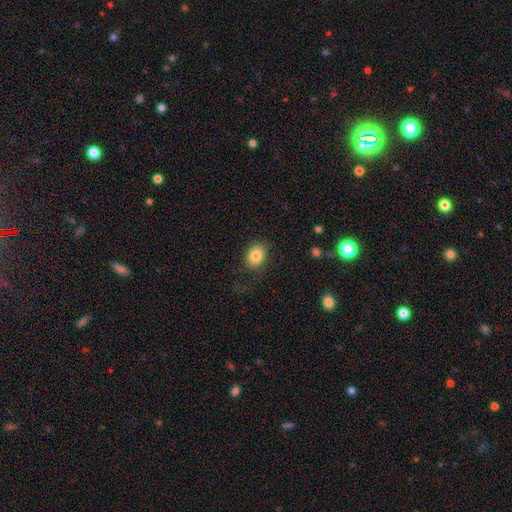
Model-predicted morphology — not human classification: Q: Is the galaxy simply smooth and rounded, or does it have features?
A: smooth — 83%.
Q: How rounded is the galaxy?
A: in between — 57%.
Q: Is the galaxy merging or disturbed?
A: none — 76%.